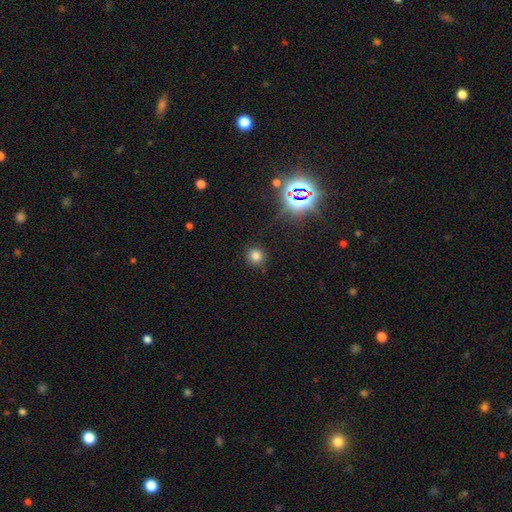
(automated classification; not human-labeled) This is likely a smooth galaxy (75%). How rounded: clearly round (90%). Merging: clearly none (86%).